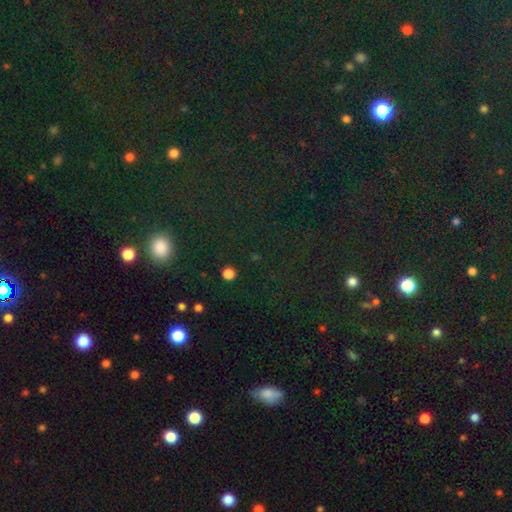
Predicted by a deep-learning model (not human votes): A star or artifact, not a galaxy (61%).

Vote fractions:
- Smooth or featured? star or artifact: 61% / smooth: 30% / featured or disk: 9%